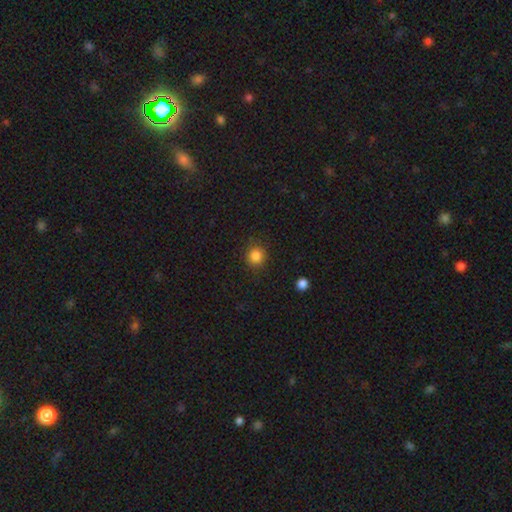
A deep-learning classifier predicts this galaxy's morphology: smooth 84%, star or artifact 12%, featured or disk 4%. Down the decision tree: how rounded — round (90%); merging — none (88%).